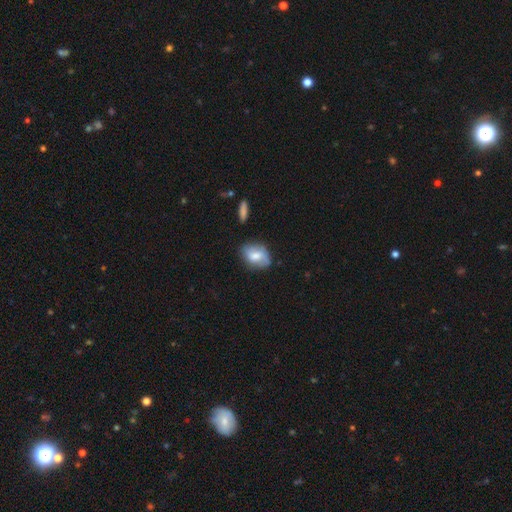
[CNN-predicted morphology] Overall: smooth (55%; featured or disk 37%). How rounded: in between (72%). Merging: none (66%).